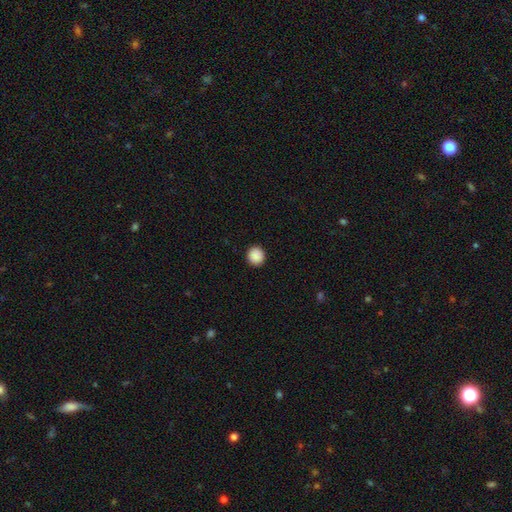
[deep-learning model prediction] Morphology: type=smooth (90%); roundness=round (94%); merging=none (93%).